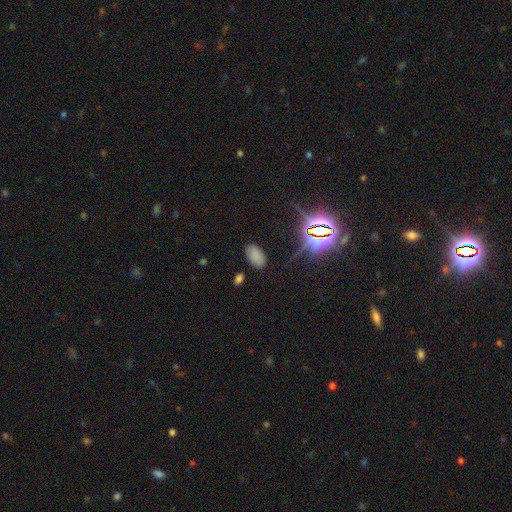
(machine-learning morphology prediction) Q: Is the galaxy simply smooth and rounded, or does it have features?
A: smooth — 73%.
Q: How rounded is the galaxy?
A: in between — 95%.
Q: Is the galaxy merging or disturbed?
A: none — 83%.